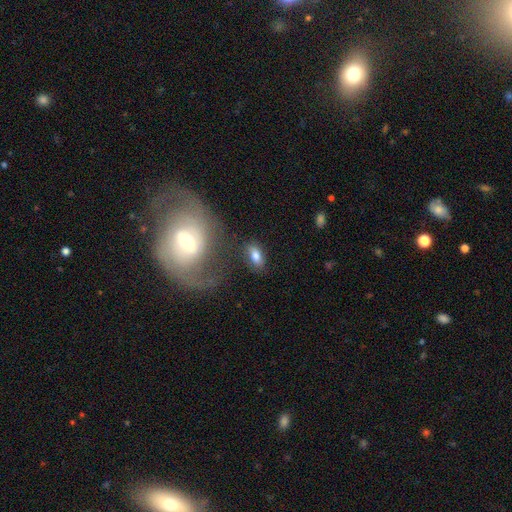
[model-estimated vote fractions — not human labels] smooth_or_featured: smooth (p=0.77) [alt: featured or disk p=0.14]
how_rounded: in between (p=0.87) [alt: cigar-shaped p=0.07]
merging: none (p=0.76) [alt: minor disturbance p=0.13]